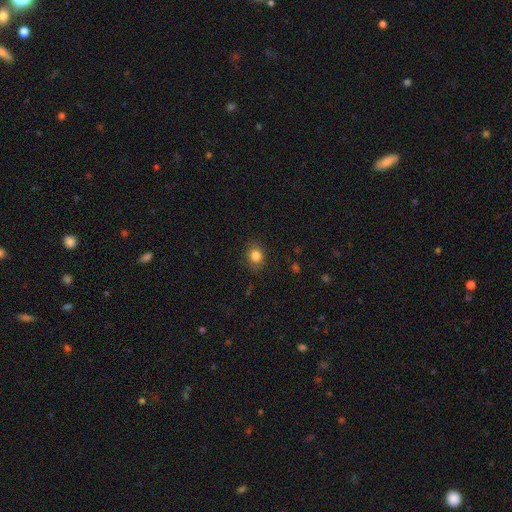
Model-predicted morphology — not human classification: Smooth or featured: smooth — 83% (star or artifact — 11%)
How rounded: round — 56% (in between — 43%)
Merging: none — 83% (minor disturbance — 12%)